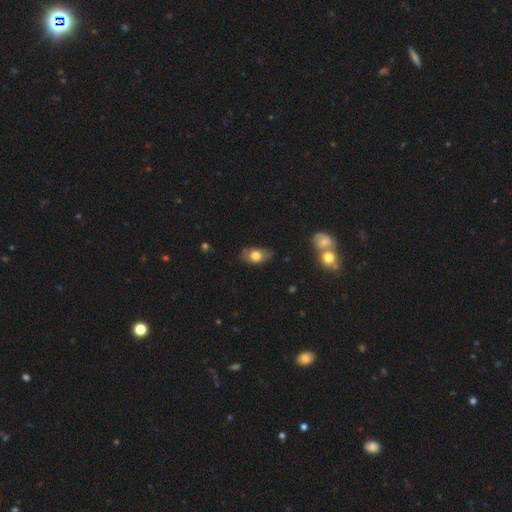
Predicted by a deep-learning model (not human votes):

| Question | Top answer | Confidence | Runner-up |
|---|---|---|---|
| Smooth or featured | smooth | 71% | featured or disk (21%) |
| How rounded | in between | 84% | round (13%) |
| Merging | none | 70% | minor disturbance (23%) |